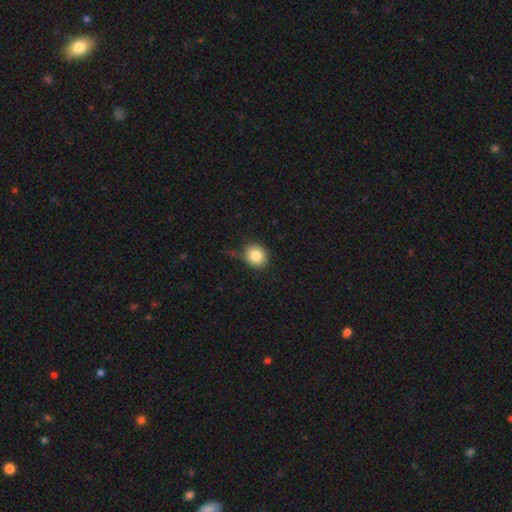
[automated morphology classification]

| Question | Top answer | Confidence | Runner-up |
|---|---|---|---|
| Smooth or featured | smooth | 82% | star or artifact (10%) |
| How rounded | round | 78% | in between (21%) |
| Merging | none | 65% | minor disturbance (24%) |